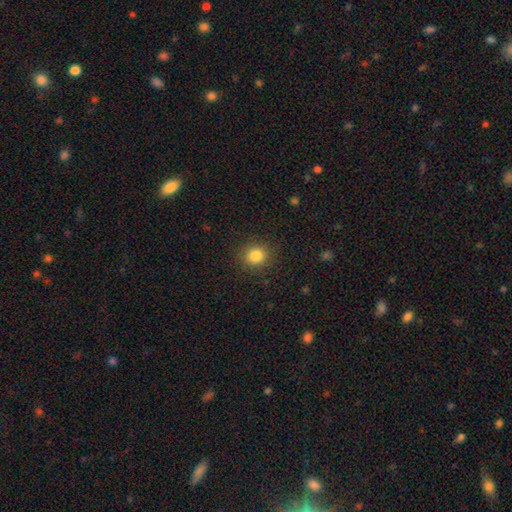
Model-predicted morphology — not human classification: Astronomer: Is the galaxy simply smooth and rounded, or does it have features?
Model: smooth — 83%.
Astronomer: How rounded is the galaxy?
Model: round — 87%.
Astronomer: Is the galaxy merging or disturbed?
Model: none — 89%.